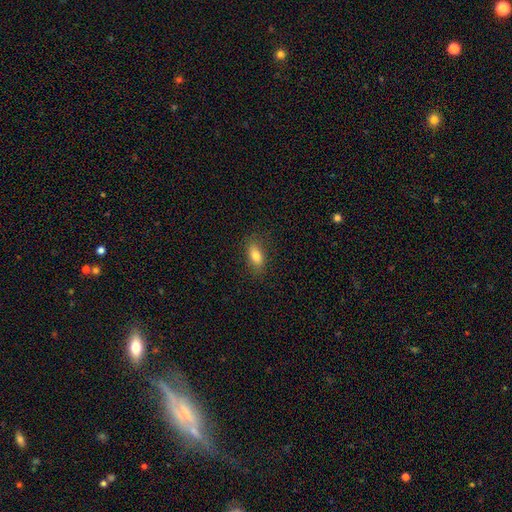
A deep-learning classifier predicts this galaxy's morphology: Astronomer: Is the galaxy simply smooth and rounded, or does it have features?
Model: smooth — 80%.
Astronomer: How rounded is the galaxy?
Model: in between — 83%.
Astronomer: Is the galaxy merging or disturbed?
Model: none — 82%.